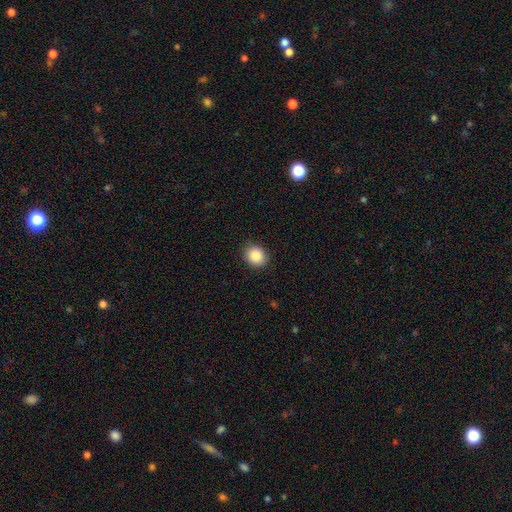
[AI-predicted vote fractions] Smooth or featured: smooth — 88% (star or artifact — 9%)
How rounded: round — 71% (in between — 28%)
Merging: none — 89% (minor disturbance — 8%)